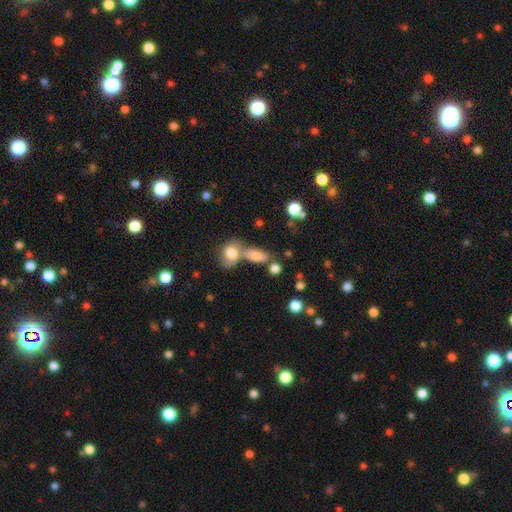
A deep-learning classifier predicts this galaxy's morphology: Q: Smooth or featured?
A: smooth (79%); runner-up: featured or disk (12%)
Q: How rounded?
A: in between (77%); runner-up: cigar-shaped (12%)
Q: Merging?
A: merger (43%); runner-up: none (40%)